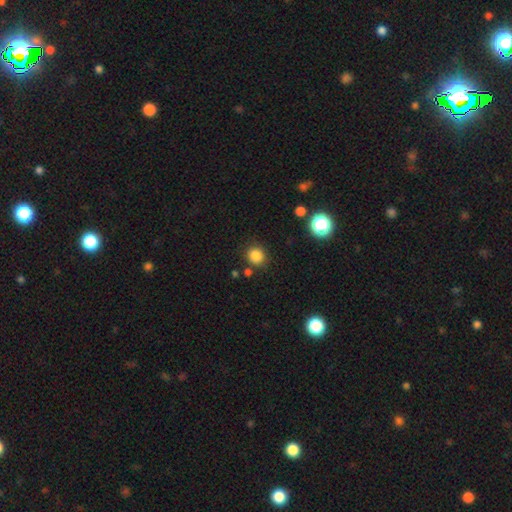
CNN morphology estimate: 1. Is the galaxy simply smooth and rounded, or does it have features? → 84% smooth, 12% star or artifact, 4% featured or disk.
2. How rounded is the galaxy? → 83% round, 16% in between, 1% cigar-shaped.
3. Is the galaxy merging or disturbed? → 83% none, 9% minor disturbance, 5% merger, 3% major disturbance.